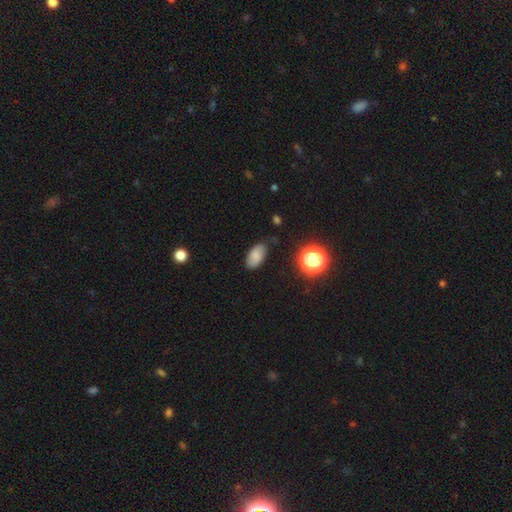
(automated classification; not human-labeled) A smooth galaxy with no disk features (77%) that is in between round and cigar-shaped (92%).

Vote fractions:
- Smooth or featured? smooth: 77% / featured or disk: 12% / star or artifact: 12%
- How rounded? in between: 92% / round: 6% / cigar-shaped: 3%
- Merging? none: 80% / minor disturbance: 15% / major disturbance: 3% / merger: 2%